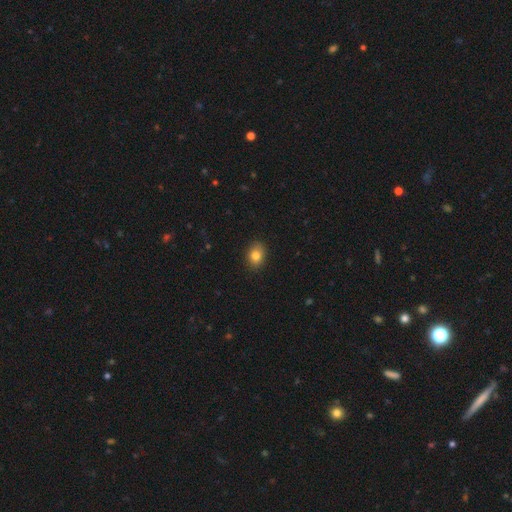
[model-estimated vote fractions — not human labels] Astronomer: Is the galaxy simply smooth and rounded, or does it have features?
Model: smooth — 82%.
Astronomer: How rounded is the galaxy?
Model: in between — 62%.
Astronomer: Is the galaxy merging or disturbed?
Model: none — 87%.